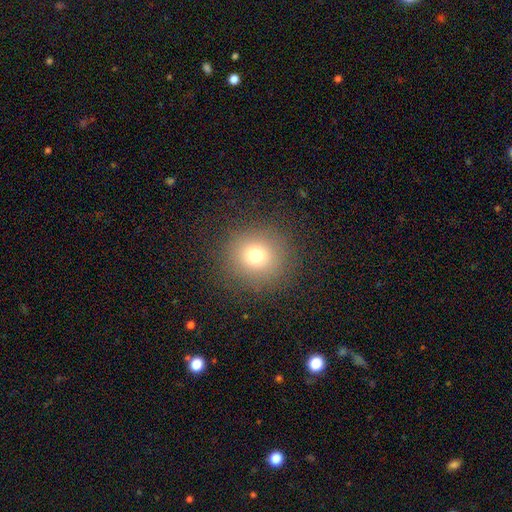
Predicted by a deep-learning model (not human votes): smooth_or_featured: smooth (p=0.74) [alt: star or artifact p=0.16]
how_rounded: round (p=0.94) [alt: in between p=0.05]
merging: none (p=0.89) [alt: minor disturbance p=0.06]